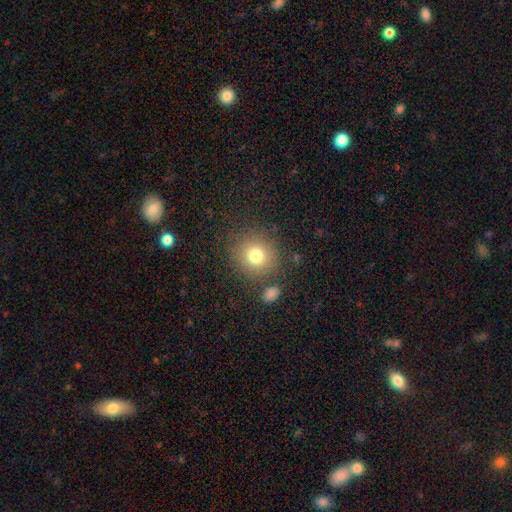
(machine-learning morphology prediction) Smooth or featured: smooth — 77% (star or artifact — 12%)
How rounded: round — 89% (in between — 10%)
Merging: none — 81% (minor disturbance — 10%)